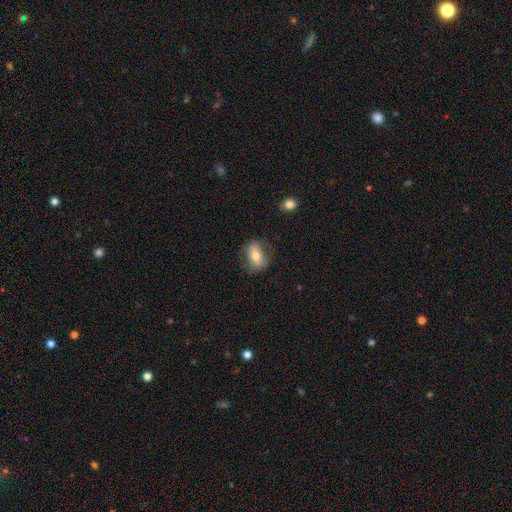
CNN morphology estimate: A smooth galaxy with no disk features (60%) that is in between round and cigar-shaped (76%). Merging: none (71%).